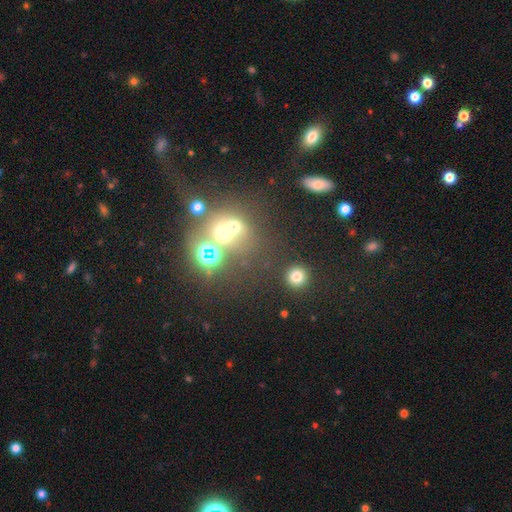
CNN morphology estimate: Q: Smooth or featured?
A: star or artifact (49%); runner-up: smooth (34%)